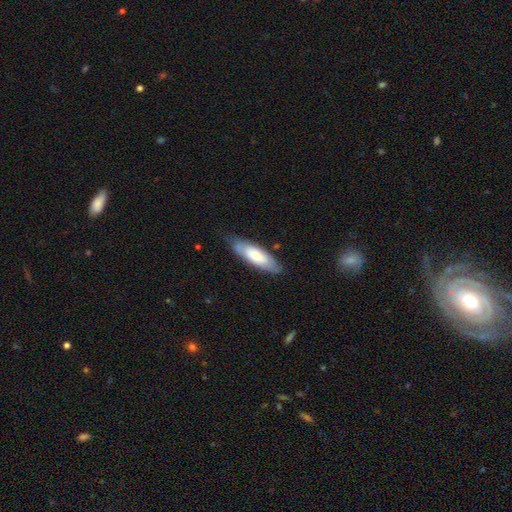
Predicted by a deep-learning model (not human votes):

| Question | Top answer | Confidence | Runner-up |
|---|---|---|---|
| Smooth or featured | smooth | 67% | featured or disk (28%) |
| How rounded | in between | 57% | cigar-shaped (42%) |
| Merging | none | 73% | minor disturbance (21%) |